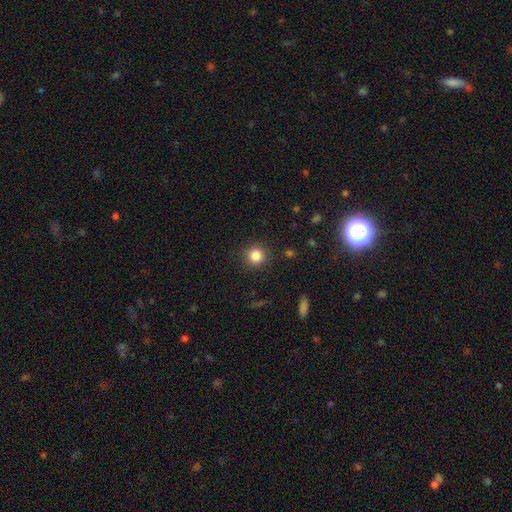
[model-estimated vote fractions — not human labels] Smooth or featured?
  - smooth: 84% *
  - star or artifact: 11%
  - featured or disk: 5%
How rounded?
  - round: 92% *
  - in between: 7%
  - cigar-shaped: 1%
Merging?
  - none: 90% *
  - minor disturbance: 7%
  - major disturbance: 3%
  - merger: 1%